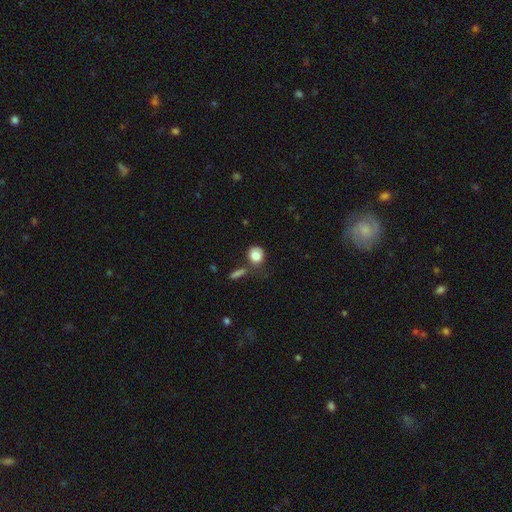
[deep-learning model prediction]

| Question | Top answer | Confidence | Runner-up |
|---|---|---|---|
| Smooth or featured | smooth | 82% | featured or disk (9%) |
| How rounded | round | 76% | in between (22%) |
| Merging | none | 59% | minor disturbance (20%) |